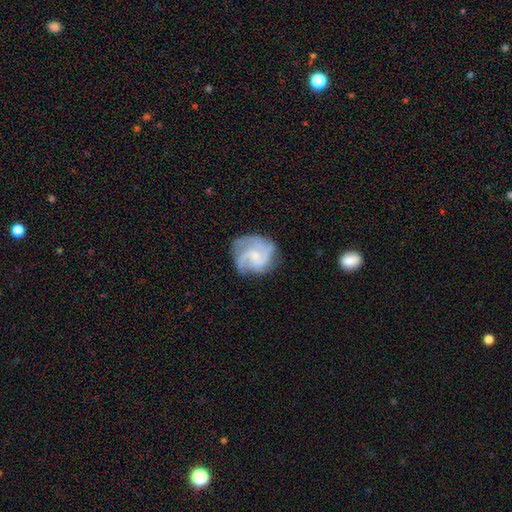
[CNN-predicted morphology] Smooth or featured? Predicted: featured or disk (p=0.81). Edge-on disk? Predicted: no (p=0.98). Bar? Predicted: no (p=0.56). Spiral arms? Predicted: yes (p=0.95). Spiral winding? Predicted: medium (p=0.49). Spiral arm count? Predicted: 3 (p=0.46). Bulge size? Predicted: small (p=0.54). Merging? Predicted: none (p=0.65).